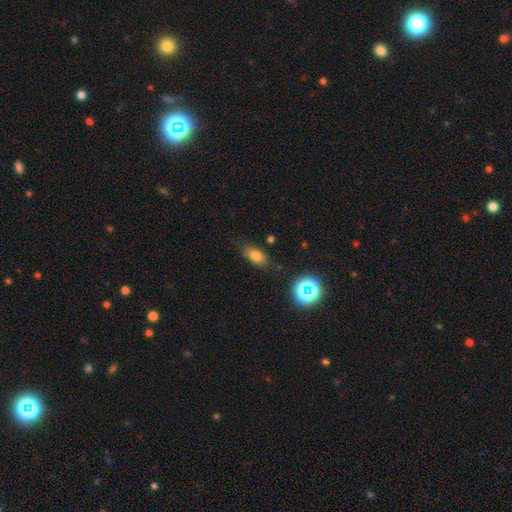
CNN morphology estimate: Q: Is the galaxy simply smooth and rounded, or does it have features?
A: smooth — 74%.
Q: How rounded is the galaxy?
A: in between — 83%.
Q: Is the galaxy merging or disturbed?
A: none — 75%.